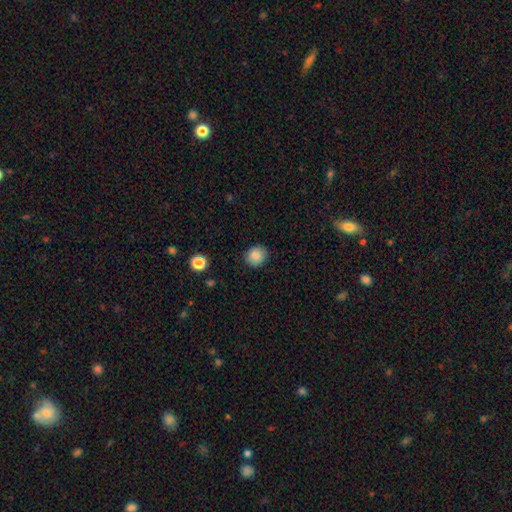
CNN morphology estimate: This is clearly a smooth galaxy (84%). How rounded: clearly round (82%). Merging: clearly none (86%).